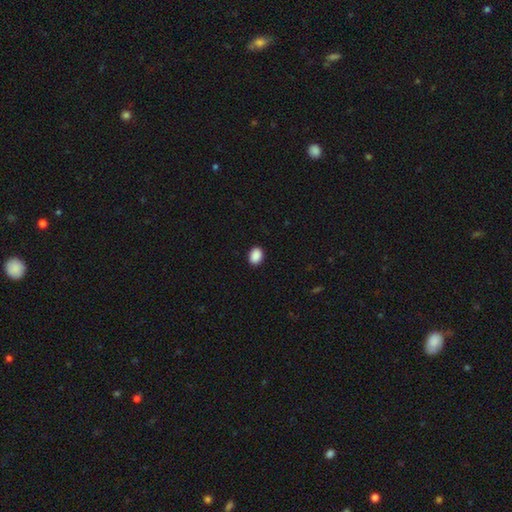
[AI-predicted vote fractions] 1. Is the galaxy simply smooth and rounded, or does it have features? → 90% smooth, 8% star or artifact, 2% featured or disk.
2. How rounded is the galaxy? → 67% in between, 32% round, 1% cigar-shaped.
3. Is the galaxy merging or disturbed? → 91% none, 7% minor disturbance, 2% major disturbance, 1% merger.